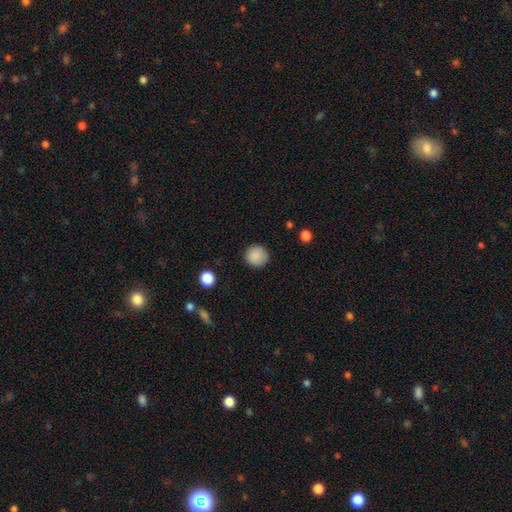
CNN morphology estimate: A smooth galaxy with no disk features (88%) that is round (94%). Merging: none (90%).